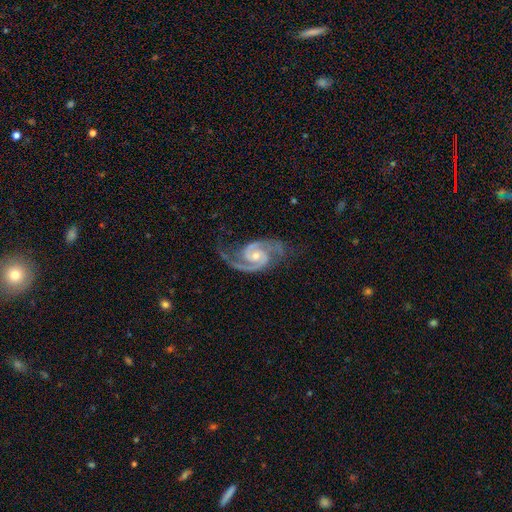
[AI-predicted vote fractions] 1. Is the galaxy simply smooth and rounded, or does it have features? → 94% featured or disk, 4% star or artifact, 2% smooth.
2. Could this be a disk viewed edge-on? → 98% no, 2% yes.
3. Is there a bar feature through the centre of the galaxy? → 59% no, 33% weak, 8% strong.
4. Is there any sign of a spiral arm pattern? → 99% yes, 1% no.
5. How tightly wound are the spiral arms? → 60% medium, 29% tight, 12% loose.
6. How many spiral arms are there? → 93% 2, 2% 3, 1% can't tell, 1% 1, 1% 4, 1% more than 4.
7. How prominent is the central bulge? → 48% moderate, 47% small, 2% none, 2% large, 1% dominant.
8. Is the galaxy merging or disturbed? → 72% none, 18% minor disturbance, 9% major disturbance, 1% merger.